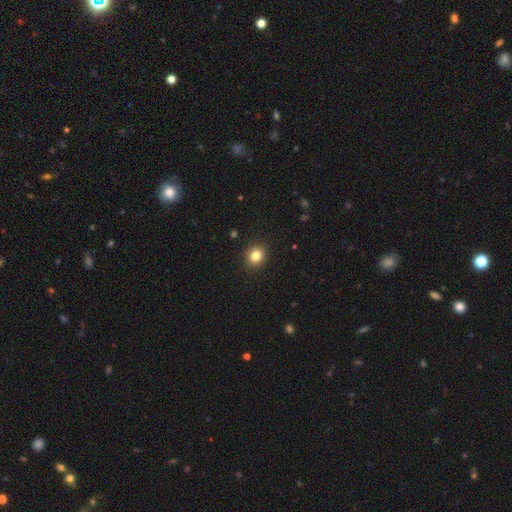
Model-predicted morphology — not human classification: smooth_or_featured: smooth (p=0.82) [alt: star or artifact p=0.11]
how_rounded: round (p=0.73) [alt: in between p=0.26]
merging: none (p=0.91) [alt: minor disturbance p=0.06]